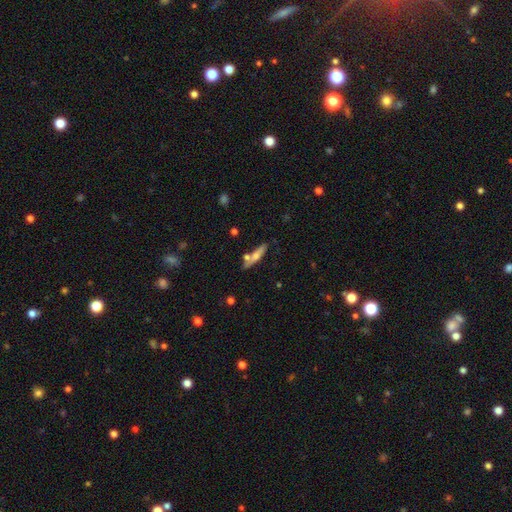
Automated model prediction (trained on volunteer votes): This appears to be a smooth galaxy with no disk features (56%) that is cigar-shaped (81%). Merging: none (69%).